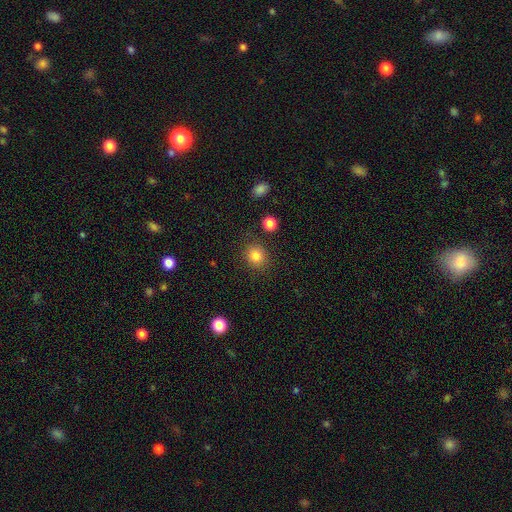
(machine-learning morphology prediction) A smooth galaxy with no disk features (84%) that is round (81%).

Vote fractions:
- Smooth or featured? smooth: 84% / star or artifact: 11% / featured or disk: 5%
- How rounded? round: 81% / in between: 18% / cigar-shaped: 1%
- Merging? none: 86% / minor disturbance: 8% / major disturbance: 3% / merger: 2%